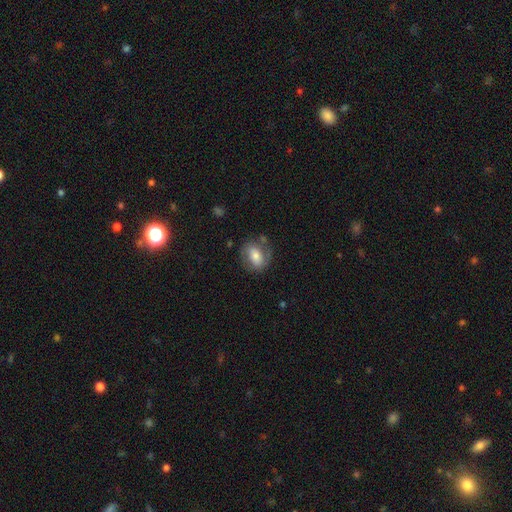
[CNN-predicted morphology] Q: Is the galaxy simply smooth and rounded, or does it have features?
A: smooth — 57%.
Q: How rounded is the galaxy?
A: in between — 66%.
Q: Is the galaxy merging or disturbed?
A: none — 66%.